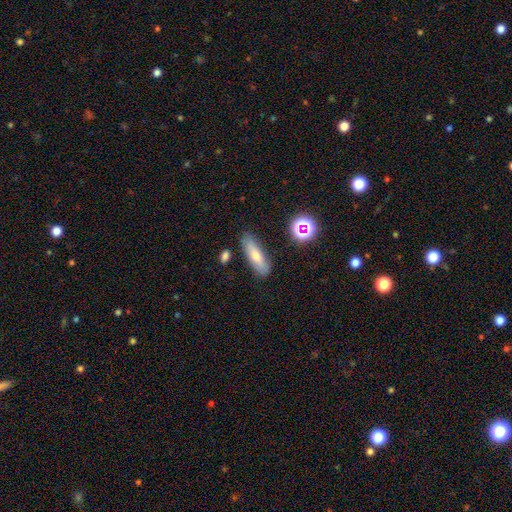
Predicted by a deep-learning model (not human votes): Smooth or featured? Predicted: smooth (p=0.64). How rounded? Predicted: cigar-shaped (p=0.53). Merging? Predicted: none (p=0.81).